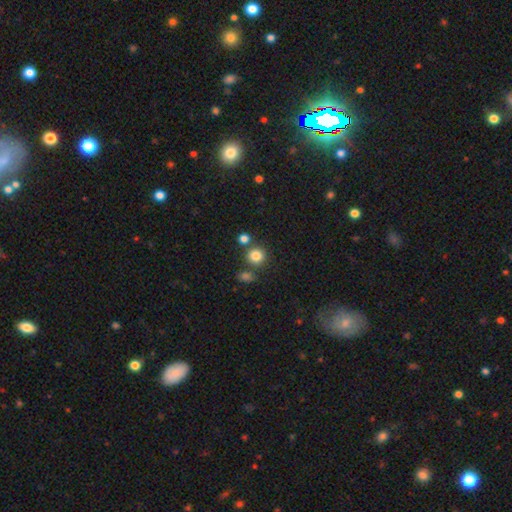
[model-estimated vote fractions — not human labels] This appears to be a smooth galaxy with no disk features (82%) that is round (90%). Merging: none (75%).